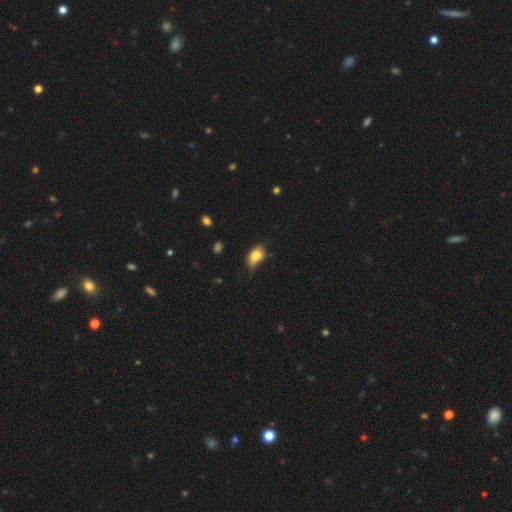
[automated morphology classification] This is clearly a smooth galaxy (80%). How rounded: likely in between (78%). Merging: marginally minor disturbance (45%).